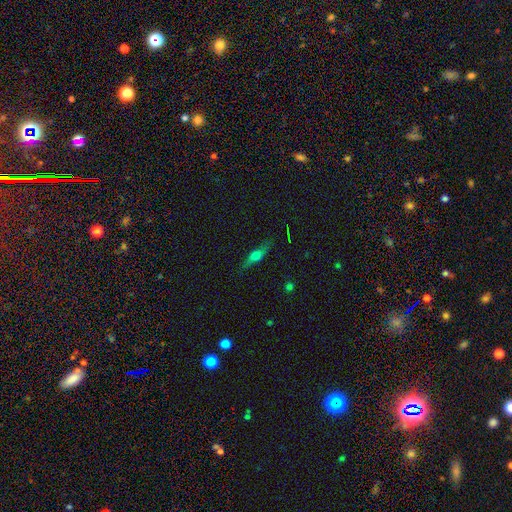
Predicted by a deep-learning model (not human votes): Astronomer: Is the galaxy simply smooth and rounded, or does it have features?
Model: featured or disk — 50% (runner-up: smooth, 41%).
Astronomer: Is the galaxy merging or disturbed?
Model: none — 82%.